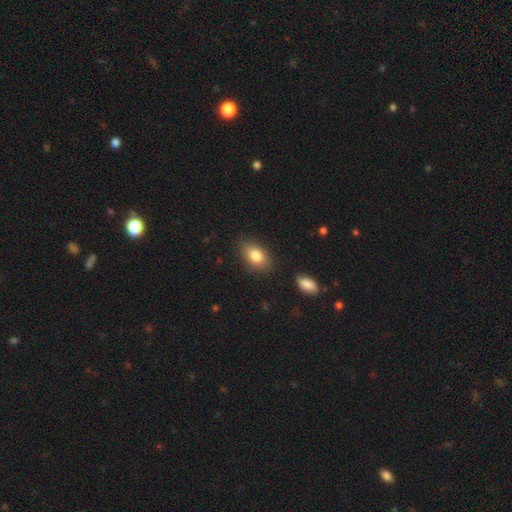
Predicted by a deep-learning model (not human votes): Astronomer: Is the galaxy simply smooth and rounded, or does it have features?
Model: smooth — 82%.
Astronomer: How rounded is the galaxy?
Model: in between — 87%.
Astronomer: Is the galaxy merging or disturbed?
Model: none — 83%.